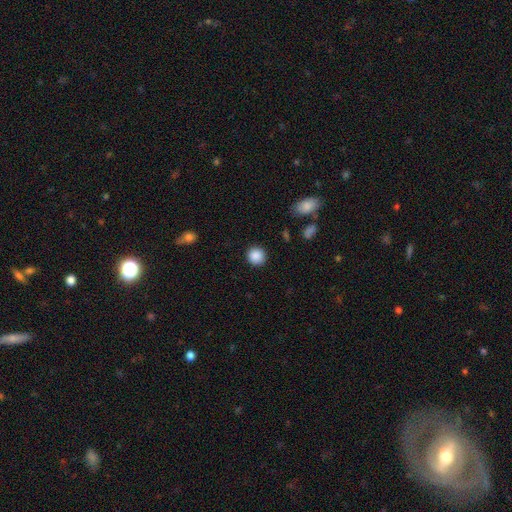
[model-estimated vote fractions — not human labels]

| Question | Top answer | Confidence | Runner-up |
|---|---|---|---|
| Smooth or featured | smooth | 89% | star or artifact (8%) |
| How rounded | round | 91% | in between (8%) |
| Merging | none | 90% | minor disturbance (7%) |